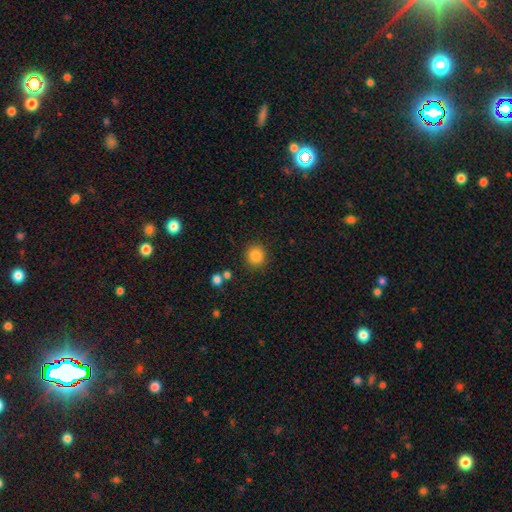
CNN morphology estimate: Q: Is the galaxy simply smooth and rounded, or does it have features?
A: smooth — 86%.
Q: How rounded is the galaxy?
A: round — 90%.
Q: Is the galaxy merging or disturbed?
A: none — 87%.